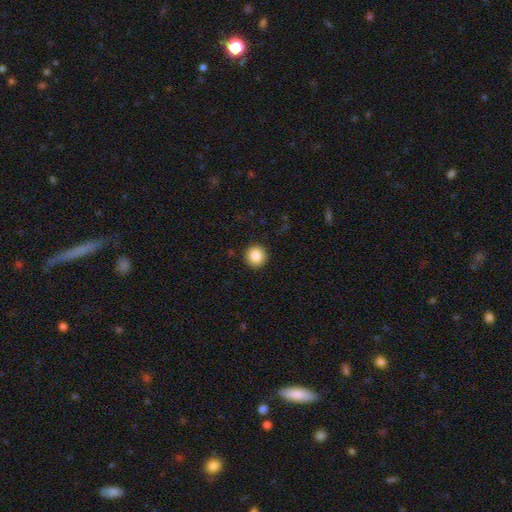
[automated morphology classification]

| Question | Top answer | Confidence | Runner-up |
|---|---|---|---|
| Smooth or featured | smooth | 87% | star or artifact (9%) |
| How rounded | round | 94% | in between (5%) |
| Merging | none | 92% | minor disturbance (5%) |